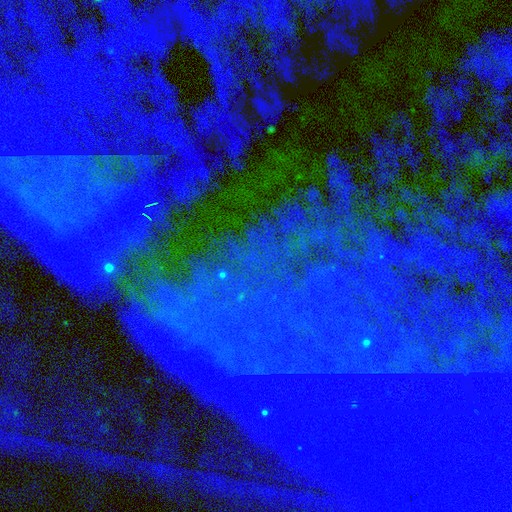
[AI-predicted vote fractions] Smooth or featured? Predicted: star or artifact (p=0.83).